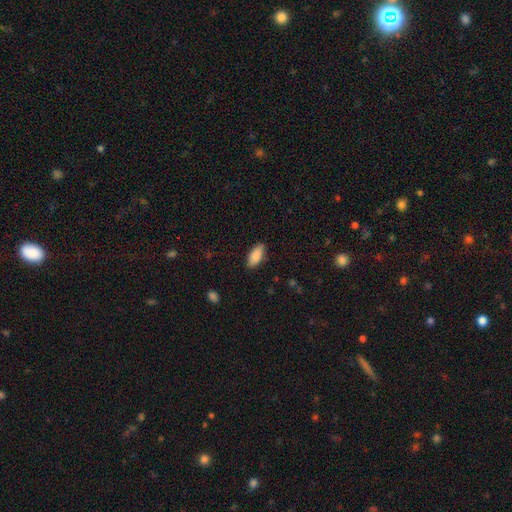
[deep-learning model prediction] Smooth or featured? Predicted: smooth (p=0.88). How rounded? Predicted: in between (p=0.86). Merging? Predicted: none (p=0.87).